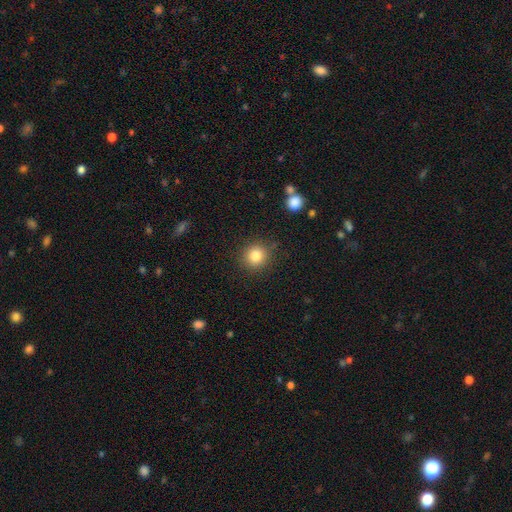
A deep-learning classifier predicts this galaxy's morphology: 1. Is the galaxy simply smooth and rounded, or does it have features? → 82% smooth, 11% star or artifact, 6% featured or disk.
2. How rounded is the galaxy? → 91% round, 8% in between, 1% cigar-shaped.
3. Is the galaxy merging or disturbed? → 87% none, 8% minor disturbance, 3% major disturbance, 2% merger.